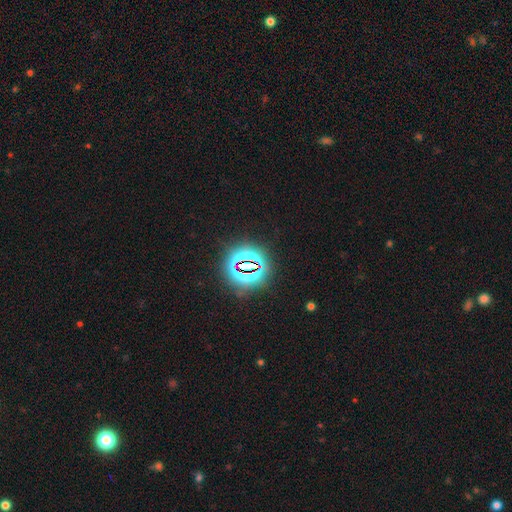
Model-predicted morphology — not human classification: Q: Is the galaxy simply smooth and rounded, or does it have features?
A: star or artifact — 79%.